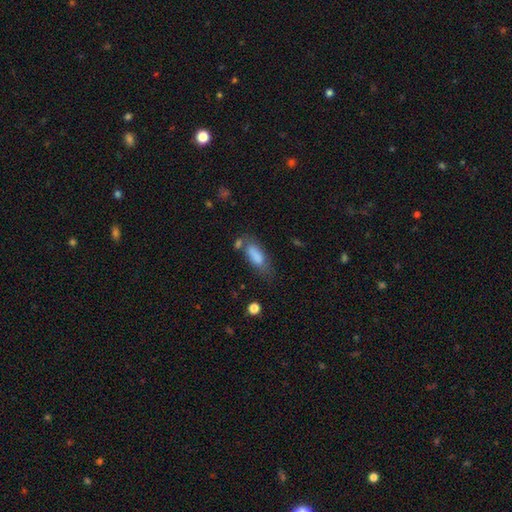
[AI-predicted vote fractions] A smooth galaxy with no disk features (81%) that is in between round and cigar-shaped (73%).

Vote fractions:
- Smooth or featured? smooth: 81% / featured or disk: 11% / star or artifact: 8%
- How rounded? in between: 73% / cigar-shaped: 24% / round: 3%
- Merging? none: 46% / minor disturbance: 26% / merger: 14% / major disturbance: 13%